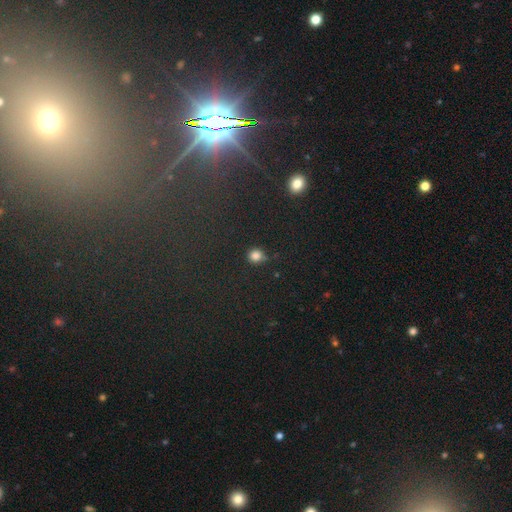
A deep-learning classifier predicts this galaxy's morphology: smooth-or-featured: smooth: 81% | star or artifact: 14% | featured or disk: 5%
  how-rounded: round: 85% | in between: 14% | cigar-shaped: 1%
  merging: none: 70% | minor disturbance: 19% | major disturbance: 6% | merger: 4%